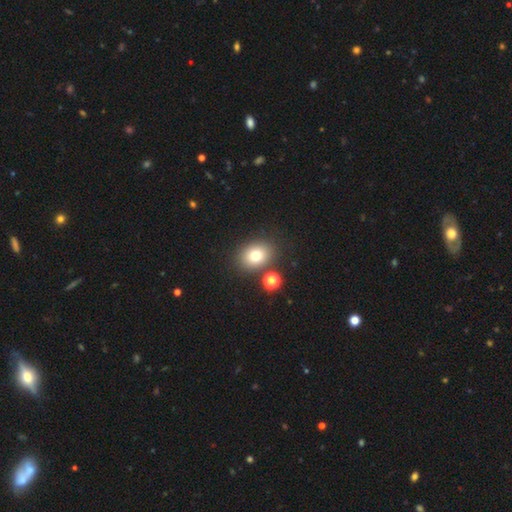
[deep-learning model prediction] Smooth or featured: smooth — 76% (star or artifact — 13%)
How rounded: in between — 51% (round — 48%)
Merging: none — 80% (minor disturbance — 9%)